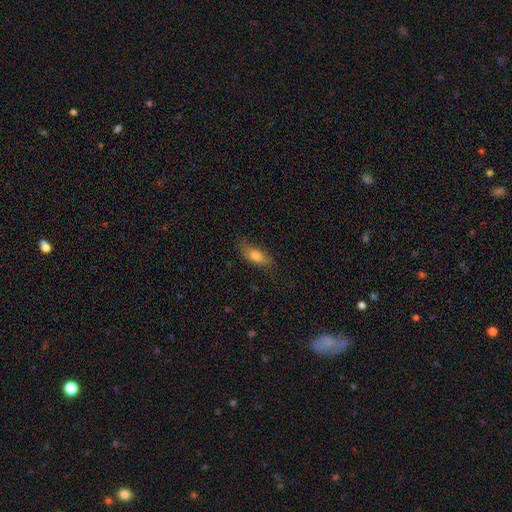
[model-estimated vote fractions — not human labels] Morphology: type=smooth (74%); roundness=in between (69%); merging=none (71%).